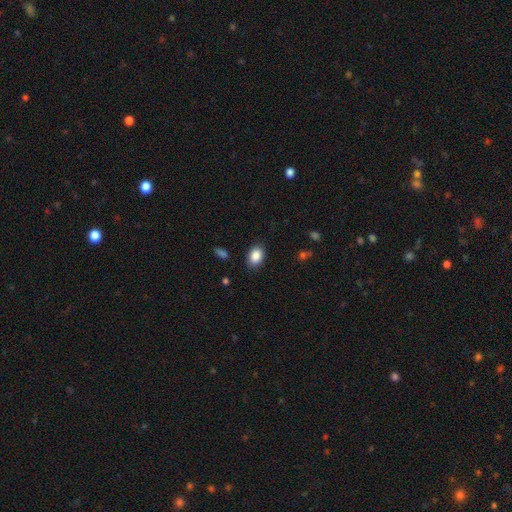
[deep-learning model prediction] smooth 87%, star or artifact 8%, featured or disk 5%. Down the decision tree: how rounded — in between (81%); merging — none (85%).